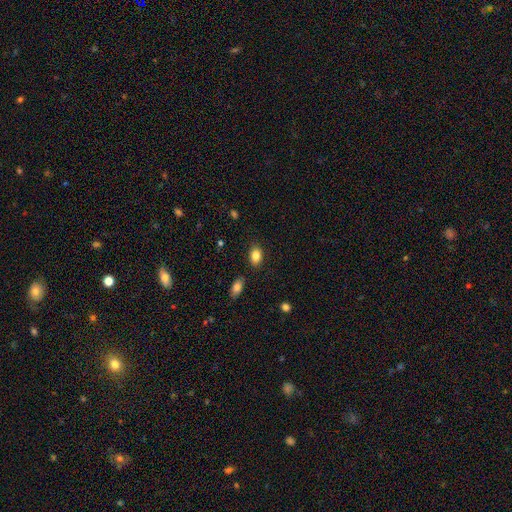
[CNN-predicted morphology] smooth 85%, star or artifact 8%, featured or disk 7%. Down the decision tree: how rounded — in between (85%); merging — none (84%).